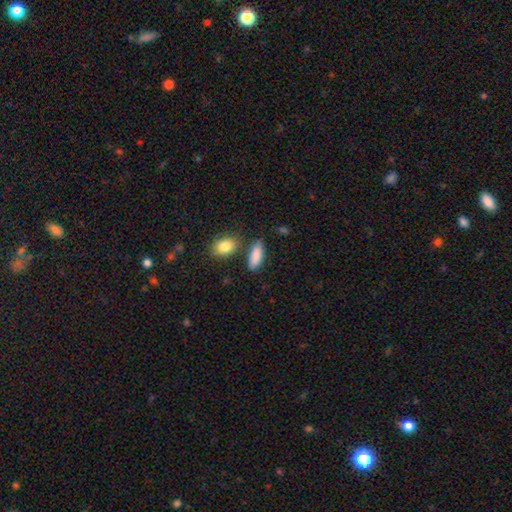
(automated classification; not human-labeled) Overall: smooth (88%). How rounded: in between (75%). Merging: none (76%).